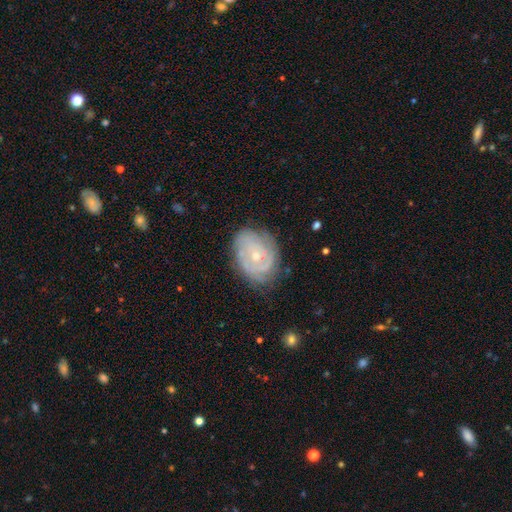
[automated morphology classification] type=featured or disk (78%); edge-on=no (97%); bar=no (76%); spiral arms=yes (91%); winding=tight (71%); arm count=can't tell (36%); bulge=small (71%); merging=none (72%).